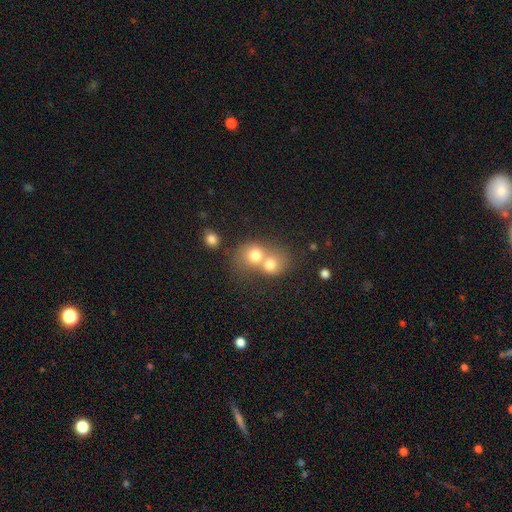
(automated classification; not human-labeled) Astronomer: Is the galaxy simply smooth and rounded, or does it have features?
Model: smooth — 73%.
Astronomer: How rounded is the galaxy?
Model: round — 68%.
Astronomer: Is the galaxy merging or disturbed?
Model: merger — 71%.